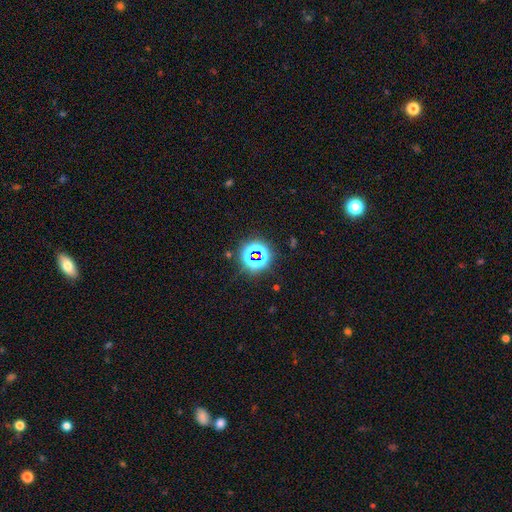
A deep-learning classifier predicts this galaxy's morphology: Smooth or featured: star or artifact — 72% (smooth — 19%)